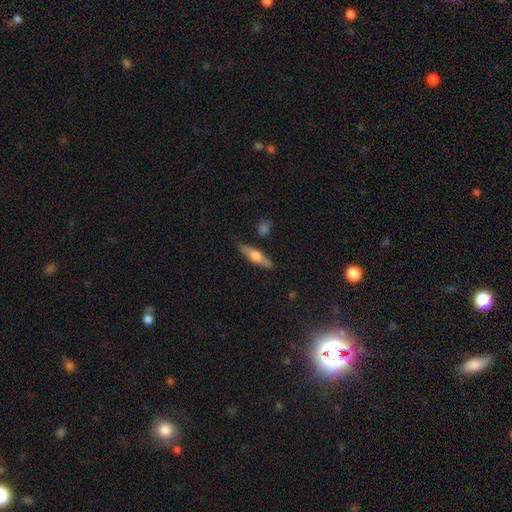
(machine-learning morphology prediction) Smooth or featured: smooth — 48% (featured or disk — 46%)
Merging: none — 80% (minor disturbance — 14%)